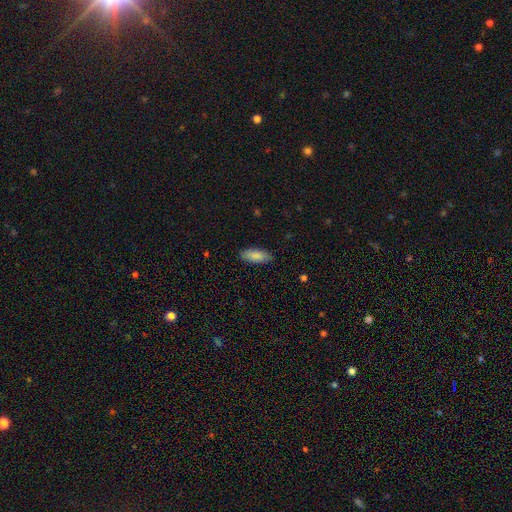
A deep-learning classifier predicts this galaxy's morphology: Smooth or featured: smooth — 87% (featured or disk — 7%)
How rounded: in between — 76% (cigar-shaped — 23%)
Merging: none — 87% (minor disturbance — 10%)